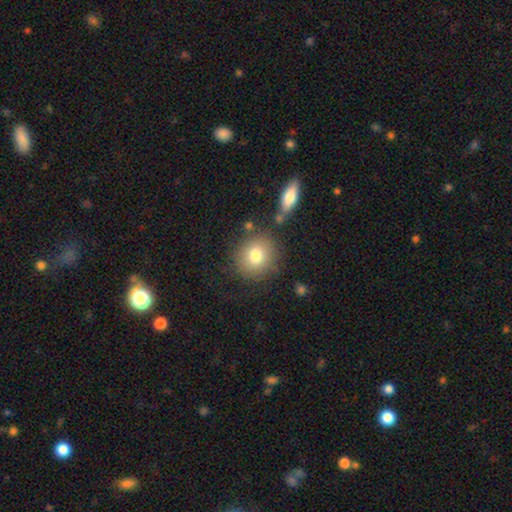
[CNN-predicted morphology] Smooth or featured: smooth — 78% (featured or disk — 12%)
How rounded: round — 81% (in between — 18%)
Merging: none — 79% (minor disturbance — 11%)